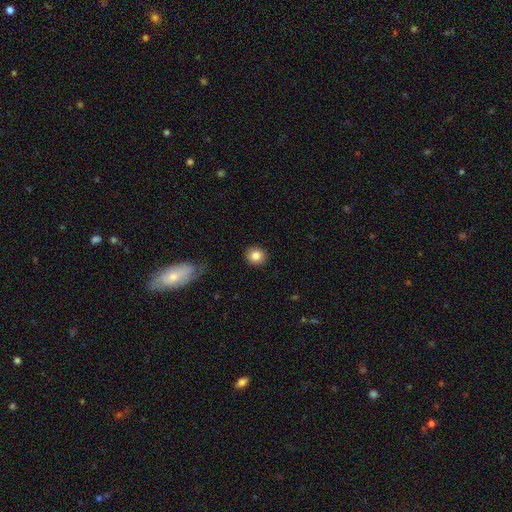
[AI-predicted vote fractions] Q: Smooth or featured?
A: smooth (85%); runner-up: star or artifact (9%)
Q: How rounded?
A: round (83%); runner-up: in between (16%)
Q: Merging?
A: none (90%); runner-up: minor disturbance (7%)